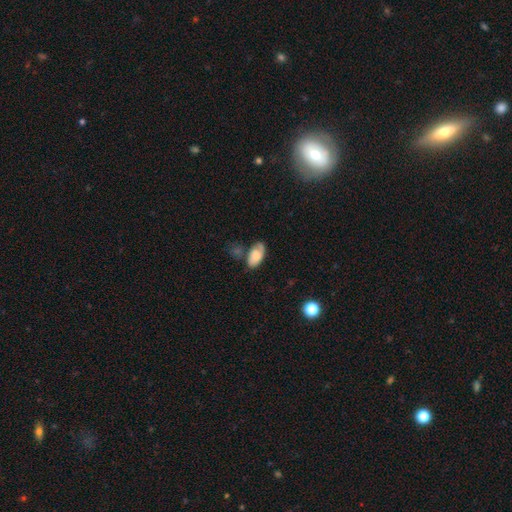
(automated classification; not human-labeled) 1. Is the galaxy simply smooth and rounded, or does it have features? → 67% smooth, 25% featured or disk, 8% star or artifact.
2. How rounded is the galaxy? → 93% in between, 4% round, 3% cigar-shaped.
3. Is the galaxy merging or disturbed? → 52% none, 27% minor disturbance, 11% merger, 10% major disturbance.